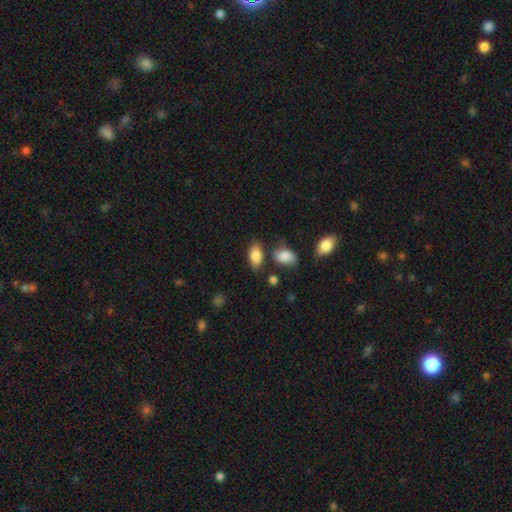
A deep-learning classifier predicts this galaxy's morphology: smooth_or_featured: smooth (p=0.83) [alt: featured or disk p=0.09]
how_rounded: in between (p=0.92) [alt: round p=0.05]
merging: none (p=0.74) [alt: minor disturbance p=0.15]